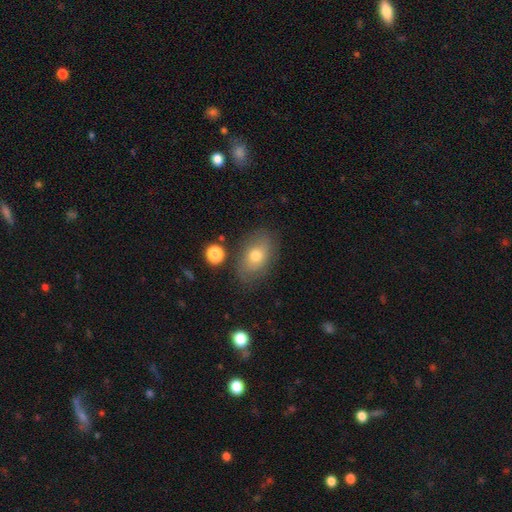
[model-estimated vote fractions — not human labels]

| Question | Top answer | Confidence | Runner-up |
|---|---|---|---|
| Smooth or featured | smooth | 66% | featured or disk (24%) |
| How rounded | in between | 84% | round (14%) |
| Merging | none | 78% | minor disturbance (15%) |